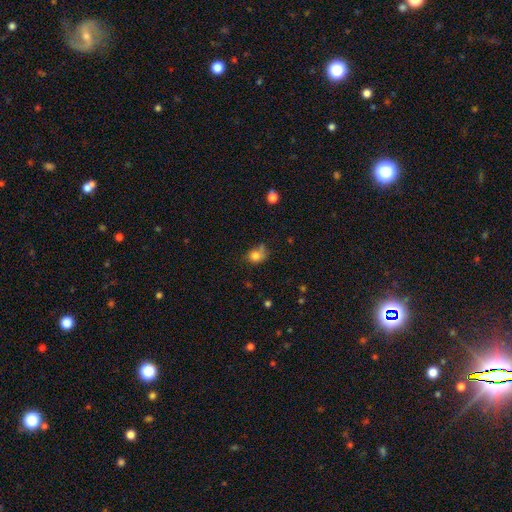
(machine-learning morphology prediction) This is likely a smooth galaxy (78%). How rounded: possibly round (53%). Merging: possibly none (48%).